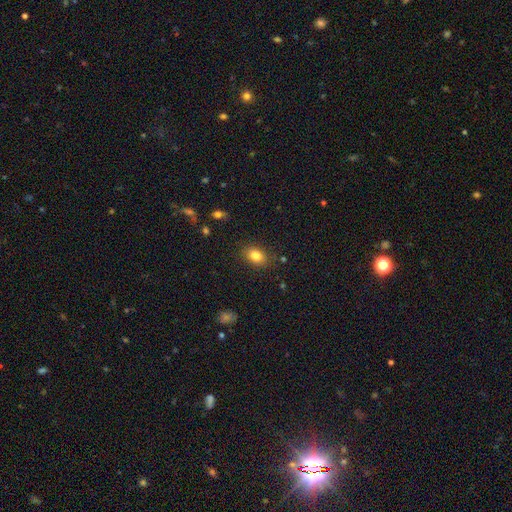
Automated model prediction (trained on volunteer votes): smooth 82%, star or artifact 10%, featured or disk 8%. Down the decision tree: how rounded — in between (74%); merging — none (85%).